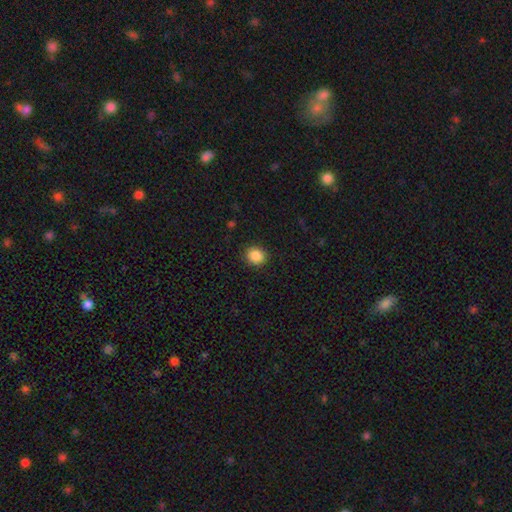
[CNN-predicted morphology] Smooth or featured?
  - smooth: 88% *
  - star or artifact: 9%
  - featured or disk: 3%
How rounded?
  - round: 79% *
  - in between: 21%
  - cigar-shaped: 1%
Merging?
  - none: 90% *
  - minor disturbance: 7%
  - major disturbance: 2%
  - merger: 1%